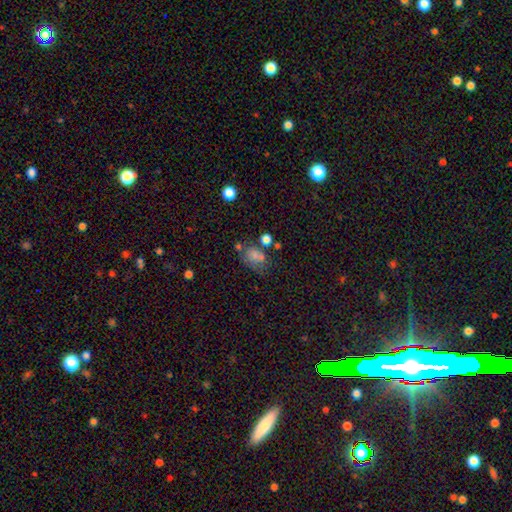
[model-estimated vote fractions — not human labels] This is likely a smooth galaxy (71%). How rounded: likely in between (63%). Merging: marginally none (42%).